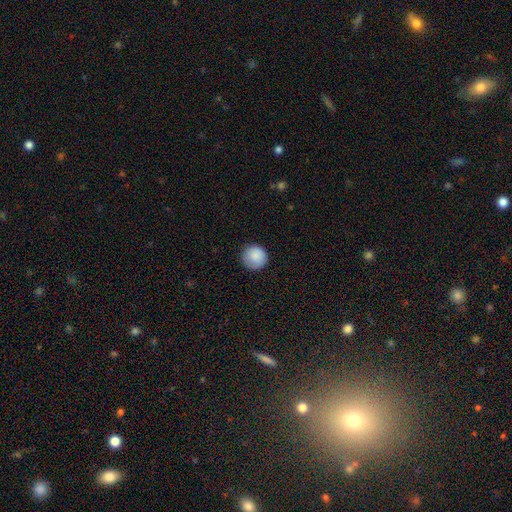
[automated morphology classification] Smooth or featured: smooth — 88% (star or artifact — 7%)
How rounded: round — 95% (in between — 4%)
Merging: none — 87% (minor disturbance — 10%)